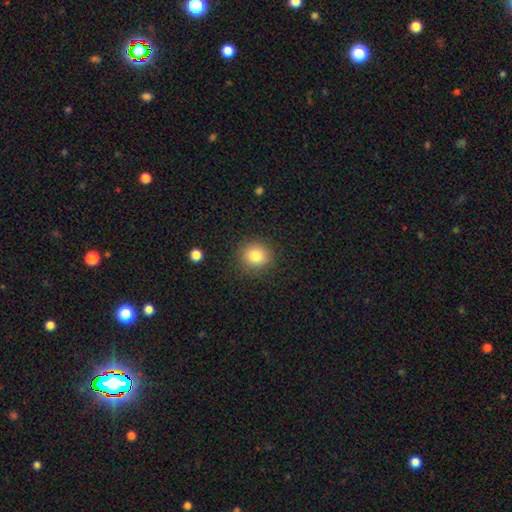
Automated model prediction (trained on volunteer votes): smooth-or-featured: smooth: 82% | star or artifact: 10% | featured or disk: 7%
  how-rounded: round: 84% | in between: 15% | cigar-shaped: 1%
  merging: none: 88% | minor disturbance: 8% | major disturbance: 3% | merger: 1%